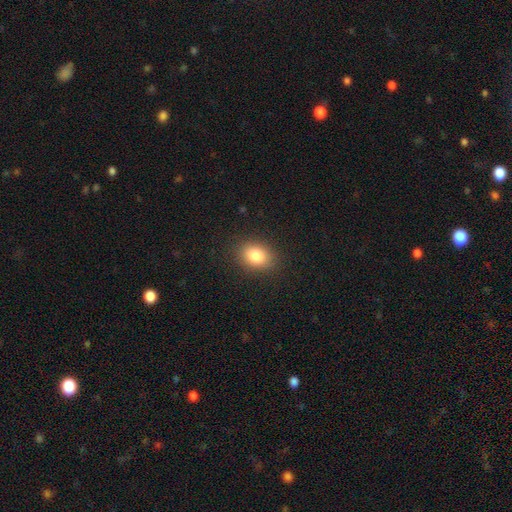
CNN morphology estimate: This appears to be a smooth galaxy with no disk features (84%) that is in between round and cigar-shaped (67%). Merging: none (87%).